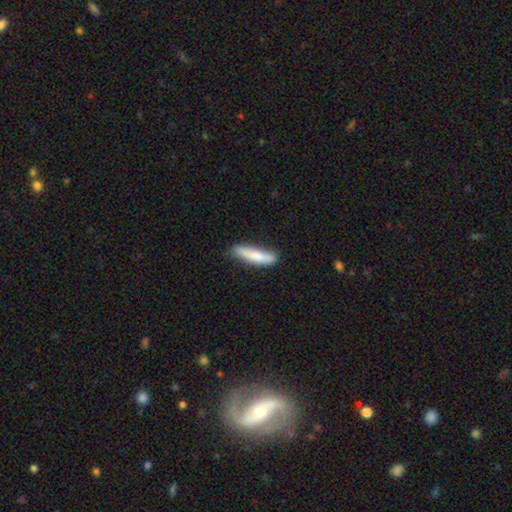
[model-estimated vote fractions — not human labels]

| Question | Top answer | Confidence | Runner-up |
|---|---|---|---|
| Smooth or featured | smooth | 77% | featured or disk (18%) |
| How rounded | cigar-shaped | 83% | in between (15%) |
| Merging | none | 74% | minor disturbance (20%) |